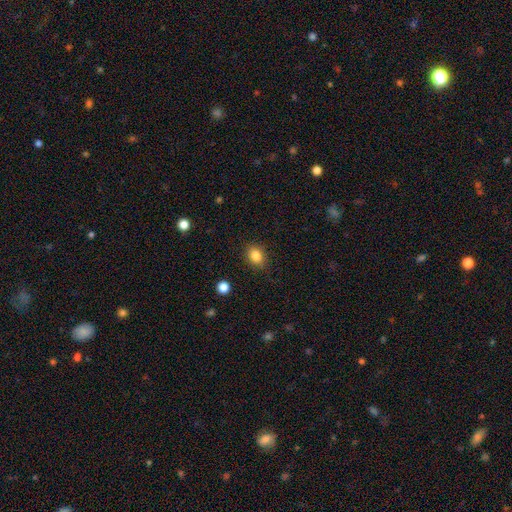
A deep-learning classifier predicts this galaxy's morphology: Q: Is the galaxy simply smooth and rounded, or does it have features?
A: smooth — 85%.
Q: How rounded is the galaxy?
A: in between — 54%.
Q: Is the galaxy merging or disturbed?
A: none — 85%.